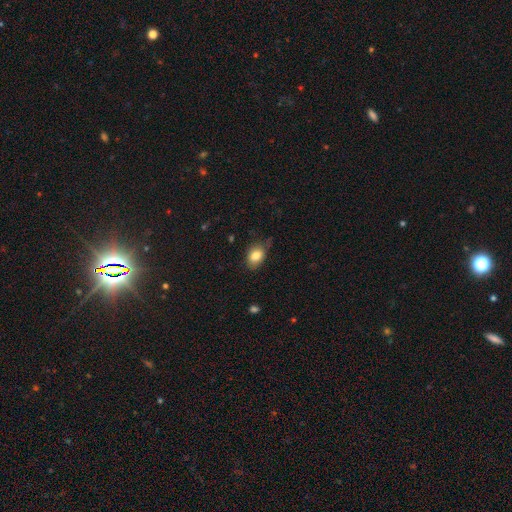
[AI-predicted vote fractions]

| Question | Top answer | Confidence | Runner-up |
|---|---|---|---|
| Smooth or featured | smooth | 83% | star or artifact (9%) |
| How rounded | in between | 77% | round (22%) |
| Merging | none | 68% | minor disturbance (25%) |